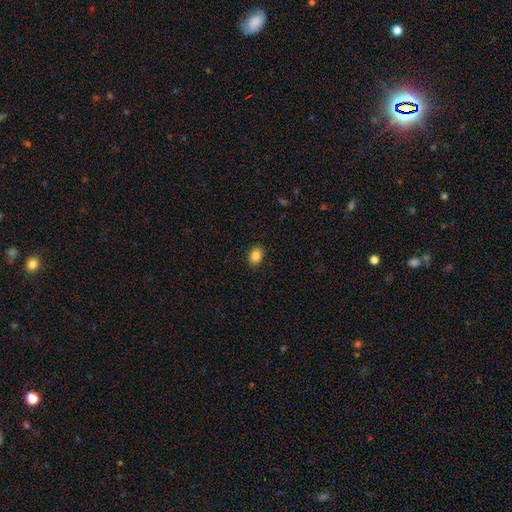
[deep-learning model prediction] Smooth or featured? Predicted: smooth (p=0.86). How rounded? Predicted: in between (p=0.79). Merging? Predicted: none (p=0.89).